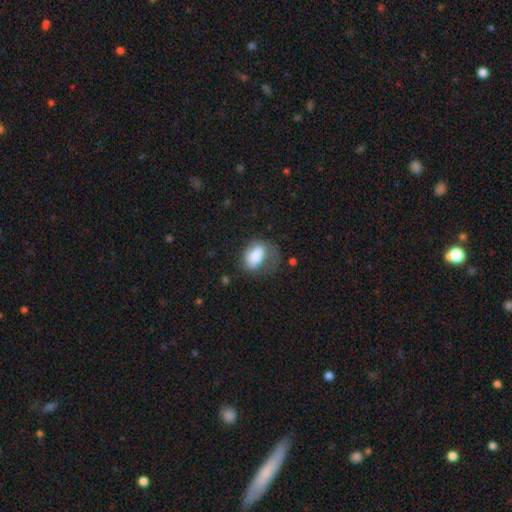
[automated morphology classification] Q: Smooth or featured?
A: smooth (77%); runner-up: featured or disk (15%)
Q: How rounded?
A: in between (84%); runner-up: round (13%)
Q: Merging?
A: none (34%); runner-up: major disturbance (33%)